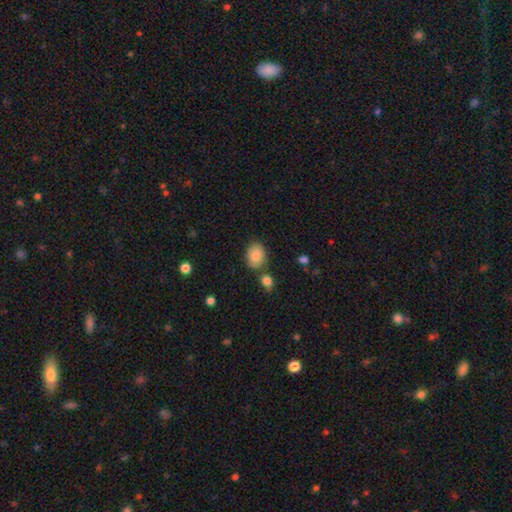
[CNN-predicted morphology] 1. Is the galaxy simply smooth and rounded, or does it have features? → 84% smooth, 9% featured or disk, 8% star or artifact.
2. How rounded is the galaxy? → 62% in between, 37% round, 1% cigar-shaped.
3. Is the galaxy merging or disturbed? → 74% none, 13% minor disturbance, 9% merger, 3% major disturbance.